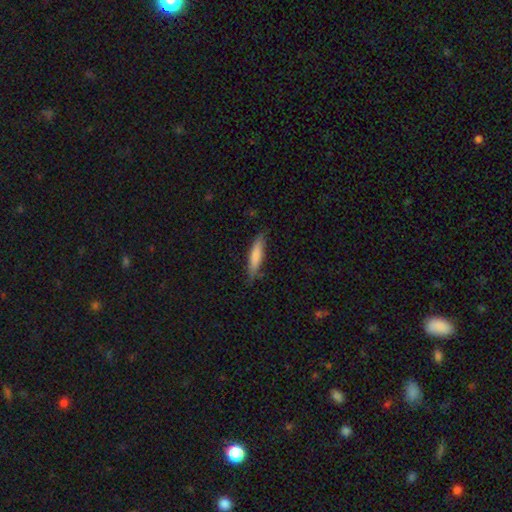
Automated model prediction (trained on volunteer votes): This appears to be a smooth galaxy with no disk features (76%) that is cigar-shaped (81%). Merging: none (78%).